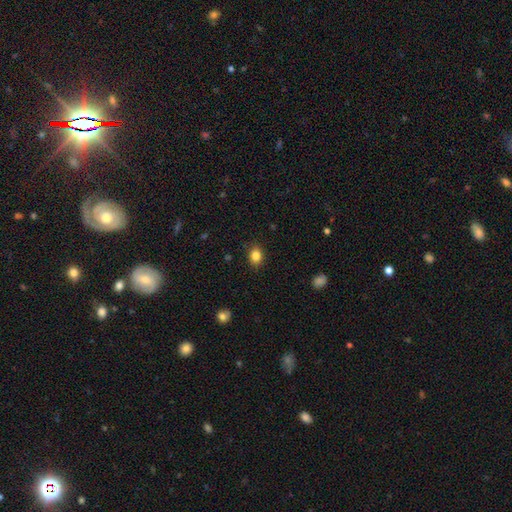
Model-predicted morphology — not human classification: type=smooth (85%); roundness=in between (60%); merging=none (88%).